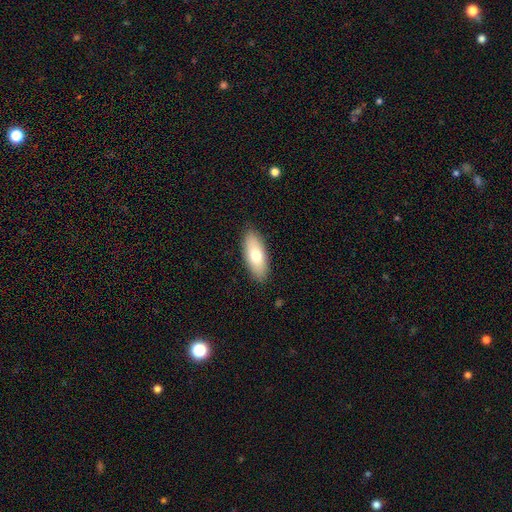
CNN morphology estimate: Smooth or featured? smooth (72%)
How rounded? in between (79%)
Merging? none (88%)